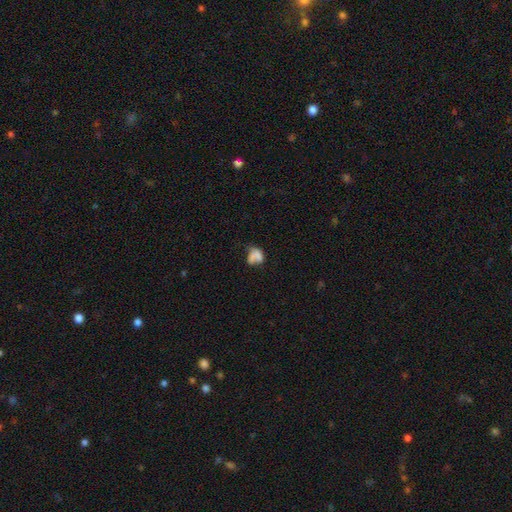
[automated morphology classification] Smooth or featured?
  - smooth: 59% *
  - featured or disk: 28%
  - star or artifact: 13%
How rounded?
  - in between: 64% *
  - round: 33%
  - cigar-shaped: 3%
Merging?
  - none: 32% *
  - major disturbance: 24%
  - merger: 24%
  - minor disturbance: 21%